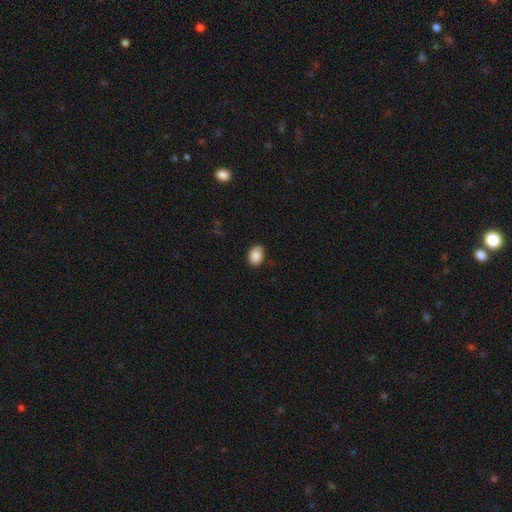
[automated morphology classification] Smooth or featured: smooth — 88% (star or artifact — 8%)
How rounded: in between — 65% (round — 34%)
Merging: none — 74% (minor disturbance — 21%)